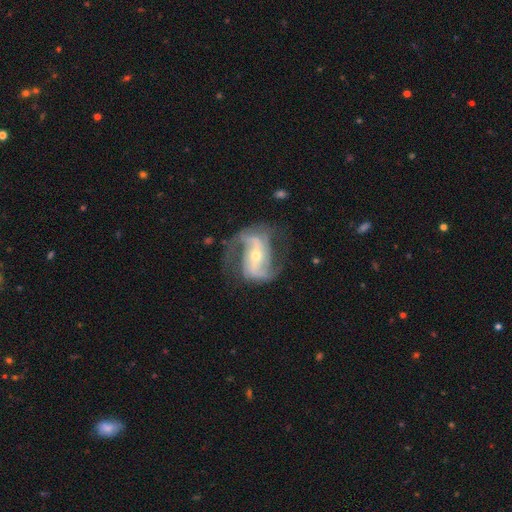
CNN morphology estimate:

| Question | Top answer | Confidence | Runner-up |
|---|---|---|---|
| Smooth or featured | featured or disk | 89% | smooth (6%) |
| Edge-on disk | no | 97% | yes (3%) |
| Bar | strong | 41% | weak (33%) |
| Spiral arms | yes | 96% | no (4%) |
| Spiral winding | medium | 44% | loose (42%) |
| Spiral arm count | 2 | 83% | 3 (6%) |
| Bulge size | small | 50% | moderate (46%) |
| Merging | none | 66% | minor disturbance (18%) |